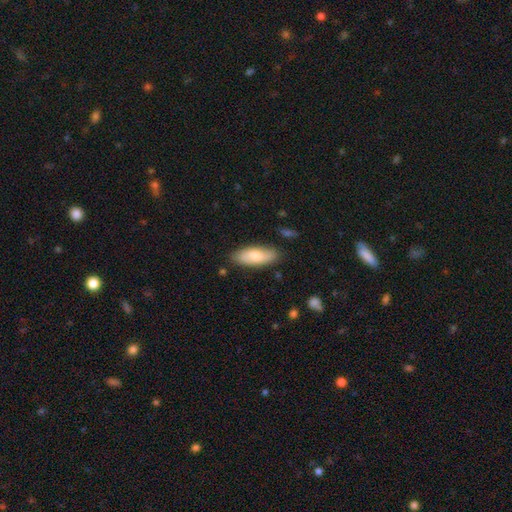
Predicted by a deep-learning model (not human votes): The model was most divided on "smooth or featured": smooth: 72%, featured or disk: 22%, star or artifact: 6%. More confident: merging — none (83%); how rounded — in between (79%).